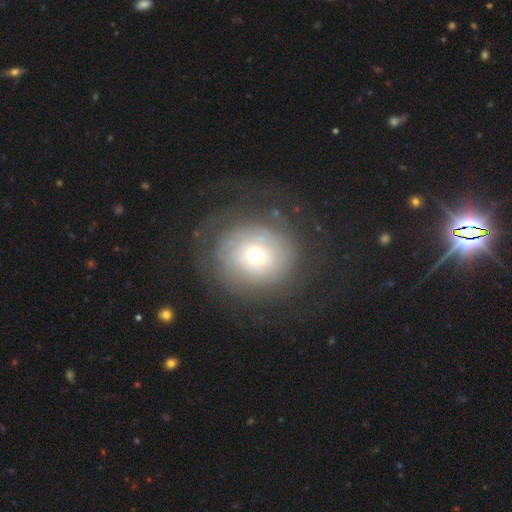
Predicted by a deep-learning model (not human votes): A featured or disk galaxy (59%) with no bar (83%), spiral arms (76%) and a small central bulge (51%).

Vote fractions:
- Smooth or featured? featured or disk: 59% / smooth: 32% / star or artifact: 9%
- Edge-on disk? no: 97% / yes: 3%
- Bar? no: 83% / weak: 13% / strong: 3%
- Spiral arms? yes: 76% / no: 24%
- Bulge size? small: 51% / moderate: 39% / large: 7% / dominant: 2% / none: 1%
- Merging? none: 67% / major disturbance: 16% / minor disturbance: 16% / merger: 2%